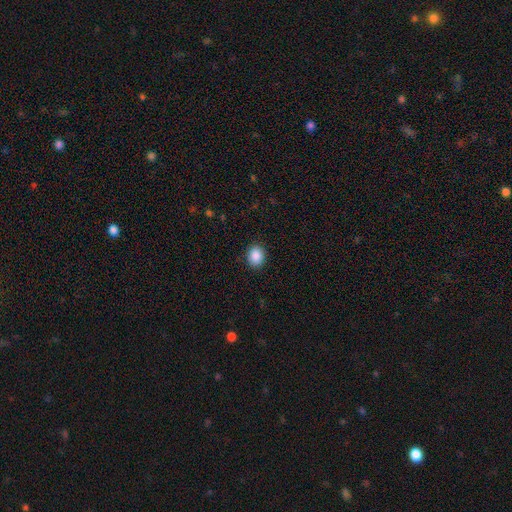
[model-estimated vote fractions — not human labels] Smooth or featured?
  - smooth: 88% *
  - star or artifact: 9%
  - featured or disk: 3%
How rounded?
  - round: 58% *
  - in between: 41%
  - cigar-shaped: 1%
Merging?
  - none: 90% *
  - minor disturbance: 7%
  - major disturbance: 2%
  - merger: 1%